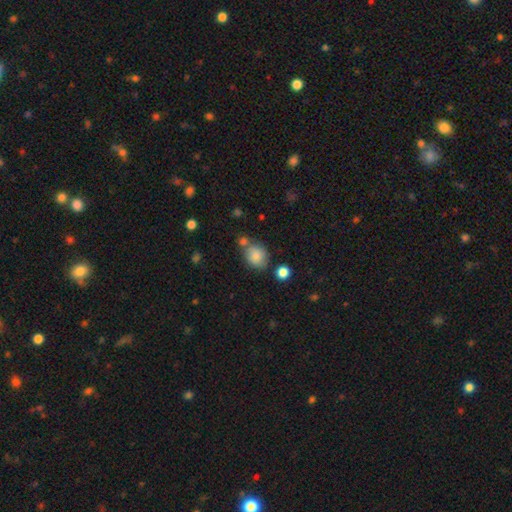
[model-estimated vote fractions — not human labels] This is clearly a smooth galaxy (84%). How rounded: likely round (62%). Merging: likely none (60%).